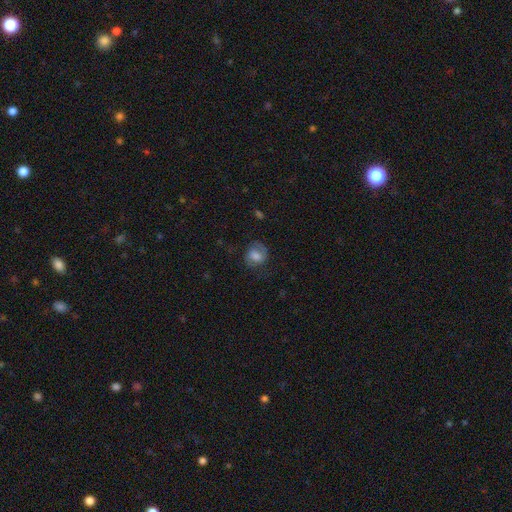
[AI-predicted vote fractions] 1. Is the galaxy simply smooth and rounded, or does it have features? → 63% smooth, 27% featured or disk, 9% star or artifact.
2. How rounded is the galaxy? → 56% round, 42% in between, 1% cigar-shaped.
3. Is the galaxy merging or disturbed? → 58% none, 24% minor disturbance, 17% major disturbance, 1% merger.